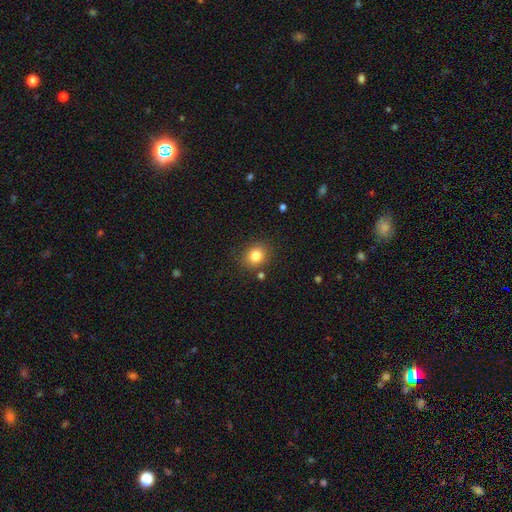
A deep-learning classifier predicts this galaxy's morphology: type=smooth (82%); roundness=round (71%); merging=none (82%).